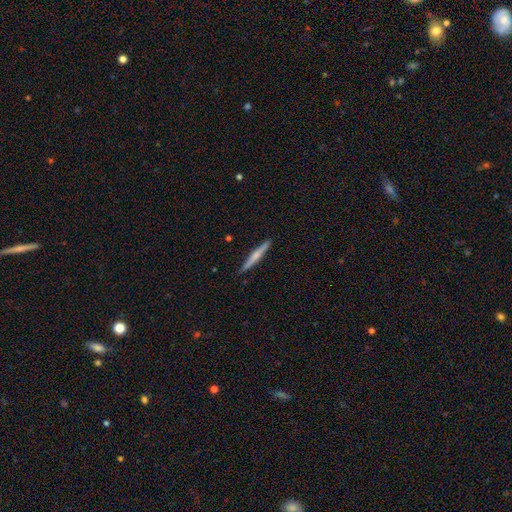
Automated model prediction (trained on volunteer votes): The model was most divided on "smooth or featured": smooth: 50%, featured or disk: 45%, star or artifact: 5%. More confident: merging — none (91%).